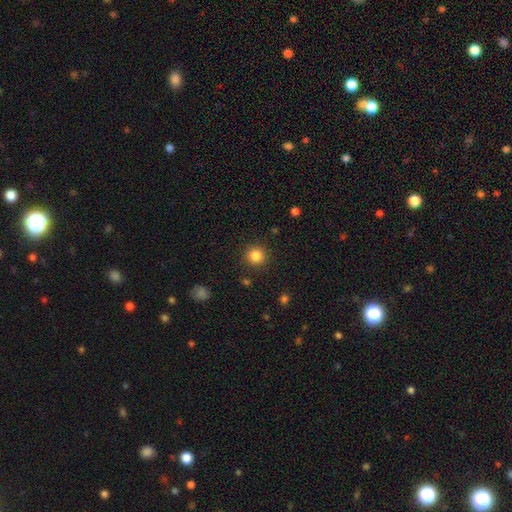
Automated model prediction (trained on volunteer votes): This is clearly a smooth galaxy (84%). How rounded: clearly round (94%). Merging: clearly none (90%).